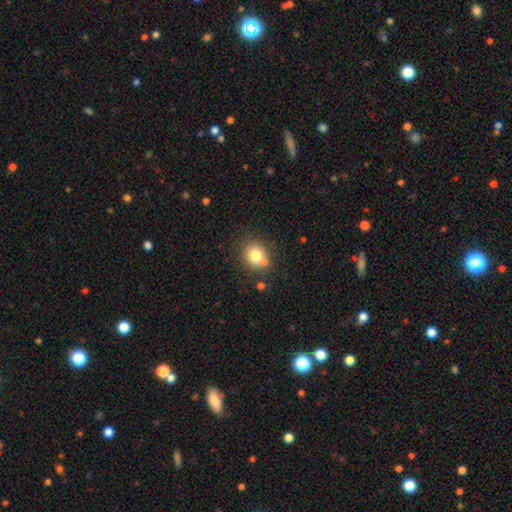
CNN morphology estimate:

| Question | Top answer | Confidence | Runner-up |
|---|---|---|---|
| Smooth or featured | smooth | 77% | star or artifact (12%) |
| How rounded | round | 80% | in between (19%) |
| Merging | none | 70% | merger (15%) |